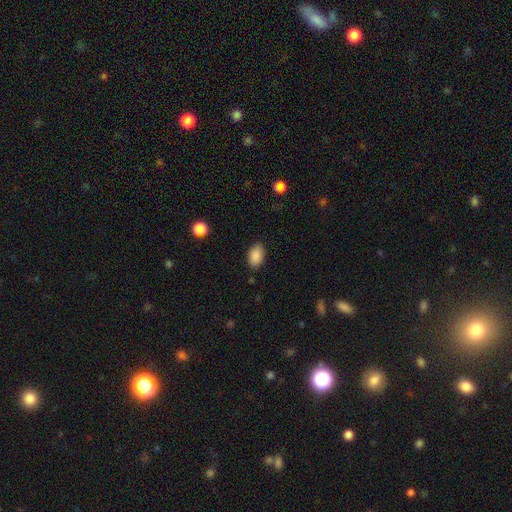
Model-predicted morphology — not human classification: Q: Smooth or featured?
A: smooth (89%); runner-up: star or artifact (8%)
Q: How rounded?
A: in between (90%); runner-up: round (9%)
Q: Merging?
A: none (87%); runner-up: minor disturbance (10%)